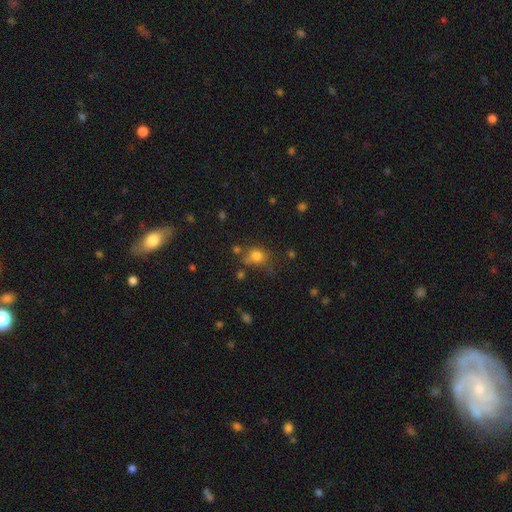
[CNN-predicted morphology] smooth_or_featured: smooth (p=0.76) [alt: star or artifact p=0.15]
how_rounded: round (p=0.68) [alt: in between p=0.31]
merging: none (p=0.56) [alt: minor disturbance p=0.21]